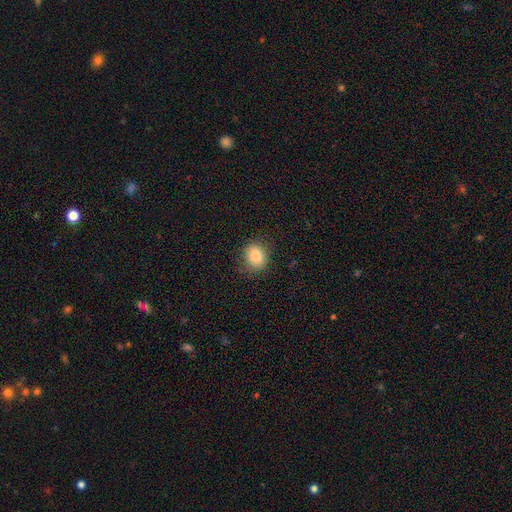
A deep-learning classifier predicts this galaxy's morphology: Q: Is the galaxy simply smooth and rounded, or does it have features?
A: smooth — 85%.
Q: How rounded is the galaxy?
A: round — 60%.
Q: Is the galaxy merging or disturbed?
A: none — 82%.